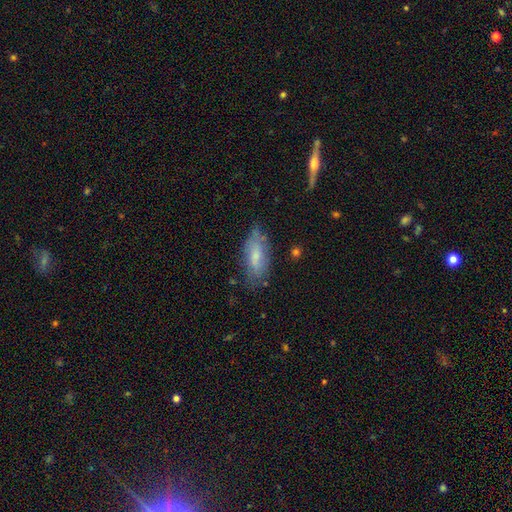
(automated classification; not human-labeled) A smooth galaxy with no disk features (67%) that is in between round and cigar-shaped (77%). Merging: none (67%).